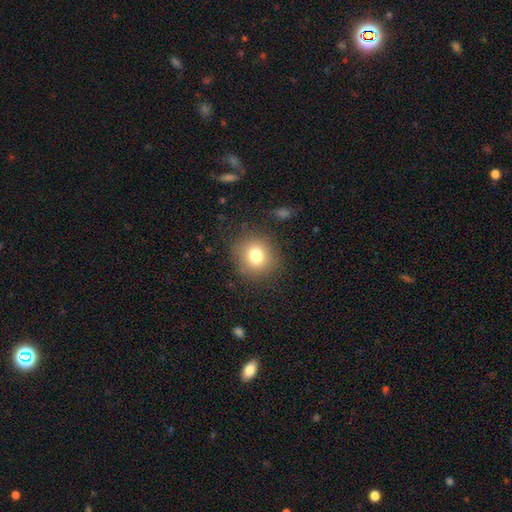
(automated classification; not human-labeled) This appears to be a smooth galaxy with no disk features (77%) that is round (85%). Merging: none (85%).